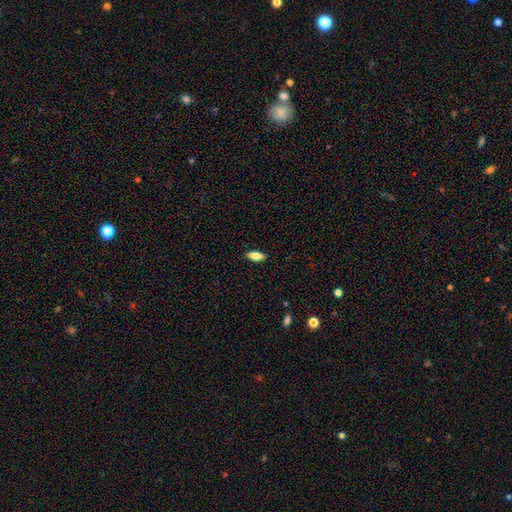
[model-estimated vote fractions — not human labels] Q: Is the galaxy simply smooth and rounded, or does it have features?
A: smooth — 78%.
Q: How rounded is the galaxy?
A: in between — 80%.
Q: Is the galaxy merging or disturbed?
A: none — 89%.